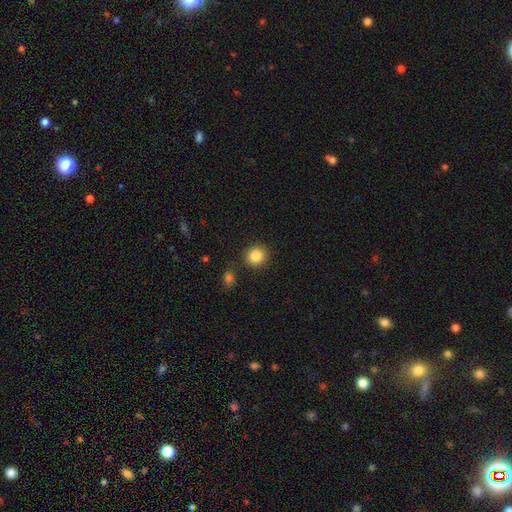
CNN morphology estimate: smooth-or-featured: smooth: 85% | star or artifact: 10% | featured or disk: 5%
  how-rounded: round: 89% | in between: 10% | cigar-shaped: 1%
  merging: none: 88% | minor disturbance: 6% | merger: 3% | major disturbance: 2%